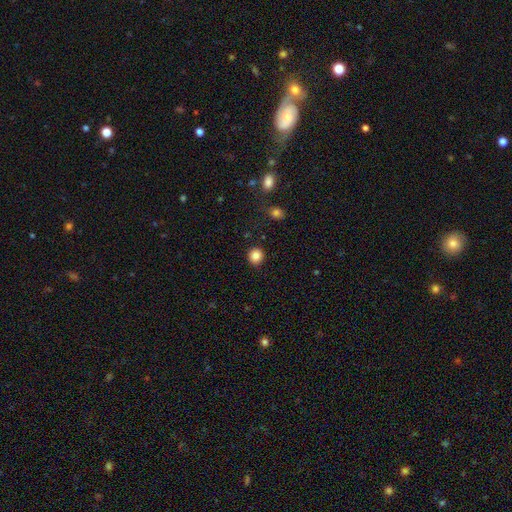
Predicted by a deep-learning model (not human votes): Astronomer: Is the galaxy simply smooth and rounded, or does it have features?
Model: smooth — 86%.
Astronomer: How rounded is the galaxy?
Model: round — 91%.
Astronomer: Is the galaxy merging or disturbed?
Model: none — 91%.